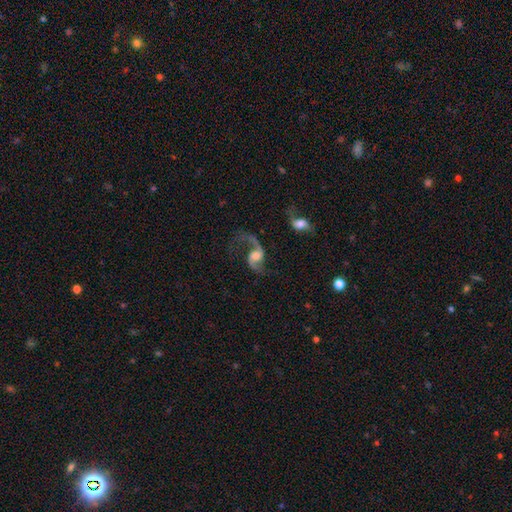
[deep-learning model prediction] Smooth or featured? featured or disk (87%)
Edge-on disk? no (97%)
Bar? no (55%)
Spiral arms? yes (96%)
Spiral winding? loose (80%)
Spiral arm count? 2 (87%)
Bulge size? moderate (46%)
Merging? none (57%)